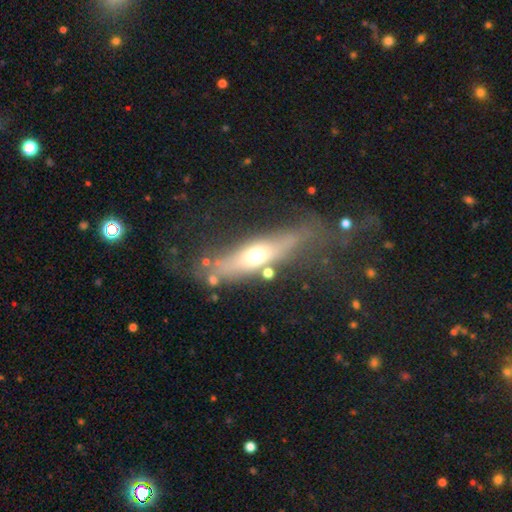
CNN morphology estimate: featured or disk 53%, smooth 39%, star or artifact 7%. Down the decision tree: edge-on disk — yes (63%); merging — none (53%).